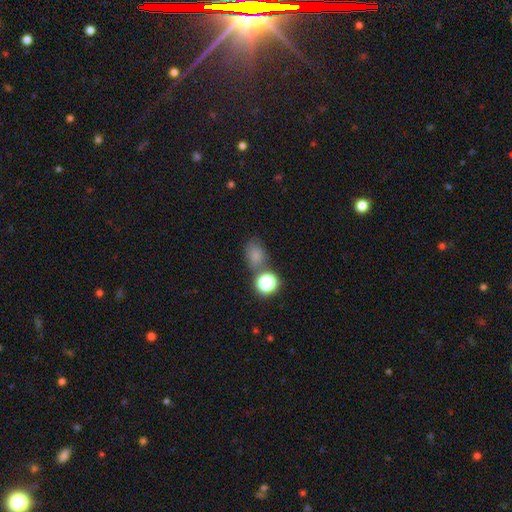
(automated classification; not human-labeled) smooth_or_featured: smooth (p=0.73) [alt: star or artifact p=0.19]
how_rounded: in between (p=0.66) [alt: round p=0.33]
merging: none (p=0.64) [alt: minor disturbance p=0.16]